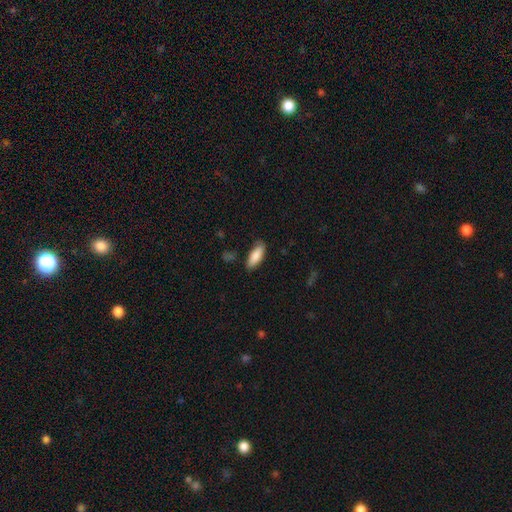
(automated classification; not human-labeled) smooth_or_featured: smooth (p=0.86) [alt: featured or disk p=0.08]
how_rounded: in between (p=0.70) [alt: cigar-shaped p=0.28]
merging: none (p=0.80) [alt: minor disturbance p=0.15]